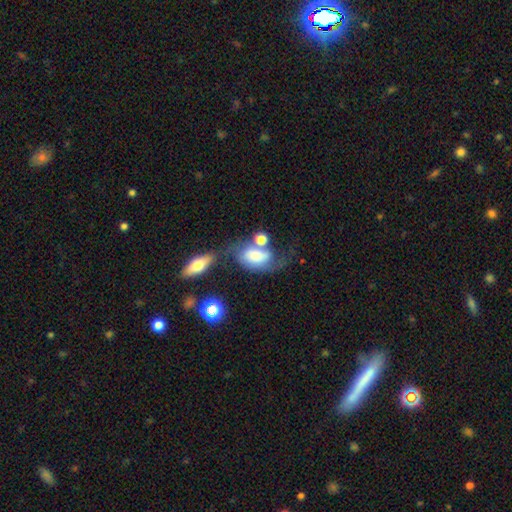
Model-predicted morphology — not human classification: Q: Smooth or featured?
A: smooth (48%); runner-up: featured or disk (42%)
Q: Merging?
A: merger (30%); tied with: none (30%)